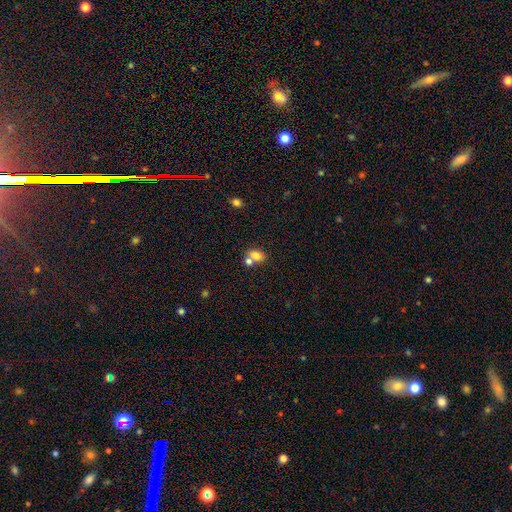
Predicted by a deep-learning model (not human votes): smooth 75%, featured or disk 14%, star or artifact 11%. Down the decision tree: how rounded — in between (65%); merging — merger (49%).